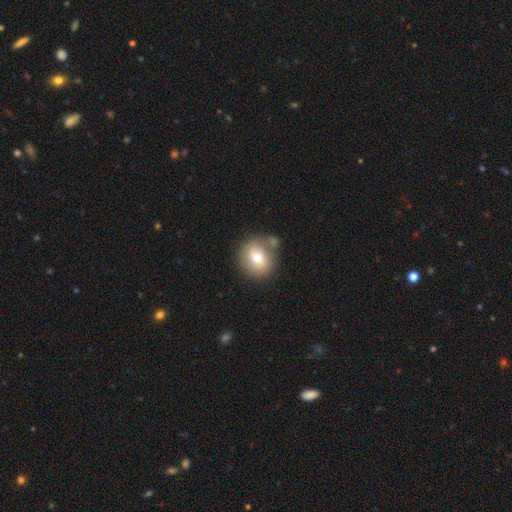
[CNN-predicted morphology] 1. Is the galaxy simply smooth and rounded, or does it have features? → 68% smooth, 23% featured or disk, 9% star or artifact.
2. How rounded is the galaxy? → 83% round, 16% in between, 1% cigar-shaped.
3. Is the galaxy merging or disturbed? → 65% none, 15% merger, 15% minor disturbance, 5% major disturbance.